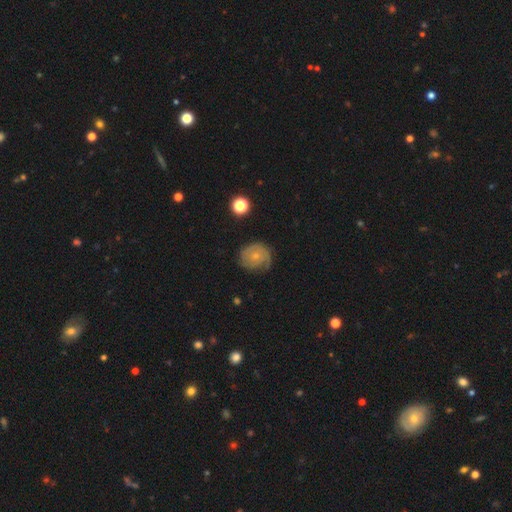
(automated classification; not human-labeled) Smooth or featured? featured or disk (60%)
Edge-on disk? no (97%)
Bar? no (82%)
Spiral arms? yes (84%)
Bulge size? small (65%)
Merging? none (64%)